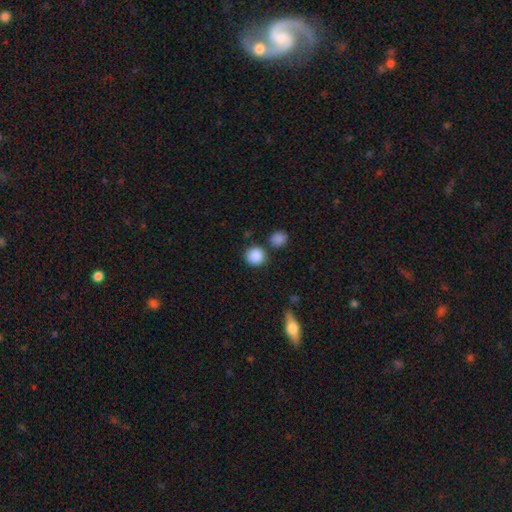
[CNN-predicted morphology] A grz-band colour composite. It shows a smooth galaxy with no disk features (88%) that is round (92%). Merging: none (79%).